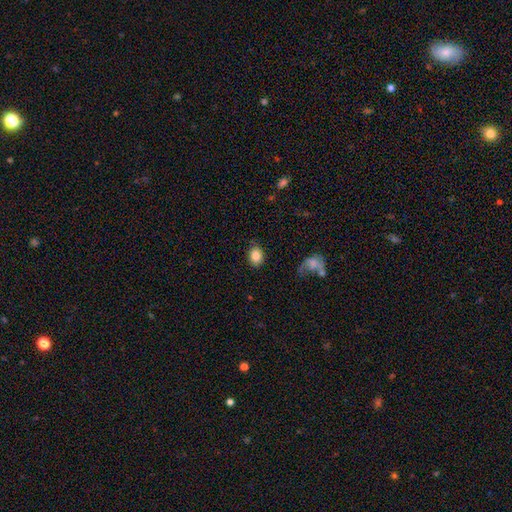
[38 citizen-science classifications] This appears to be a smooth galaxy with no disk features (92%) that is in between round and cigar-shaped (66%). Merging: none (72%).